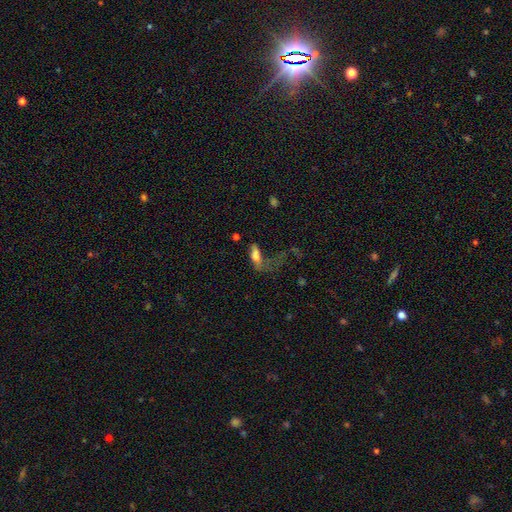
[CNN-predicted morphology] Overall: smooth (66%). How rounded: in between (69%). Merging: major disturbance (53%; none 21%).